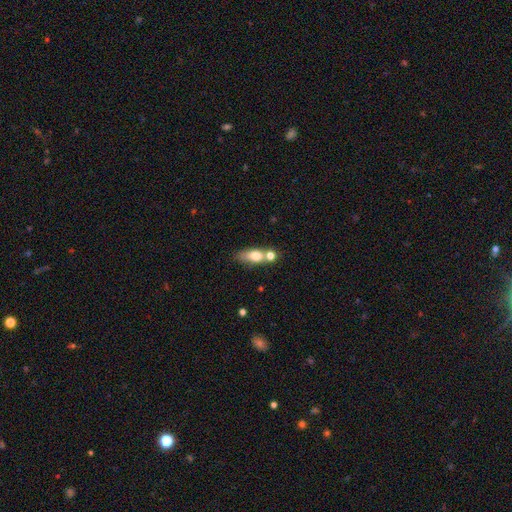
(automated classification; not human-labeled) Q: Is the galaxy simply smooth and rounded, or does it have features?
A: smooth — 70%.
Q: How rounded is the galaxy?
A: in between — 64%.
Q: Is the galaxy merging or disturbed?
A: none — 44%.